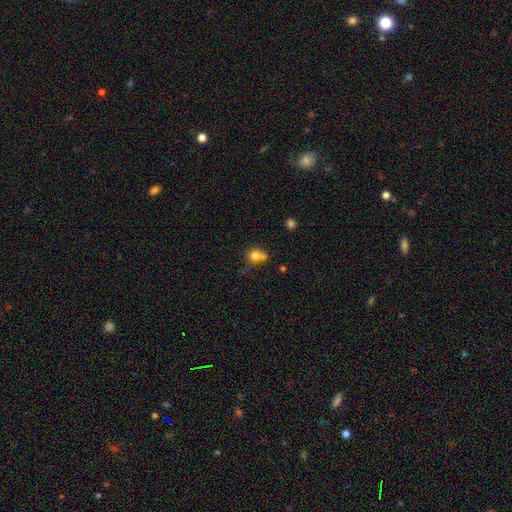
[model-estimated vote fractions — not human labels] smooth-or-featured: smooth: 74% | star or artifact: 13% | featured or disk: 13%
  how-rounded: round: 73% | in between: 26% | cigar-shaped: 1%
  merging: merger: 40% | none: 39% | minor disturbance: 13% | major disturbance: 7%